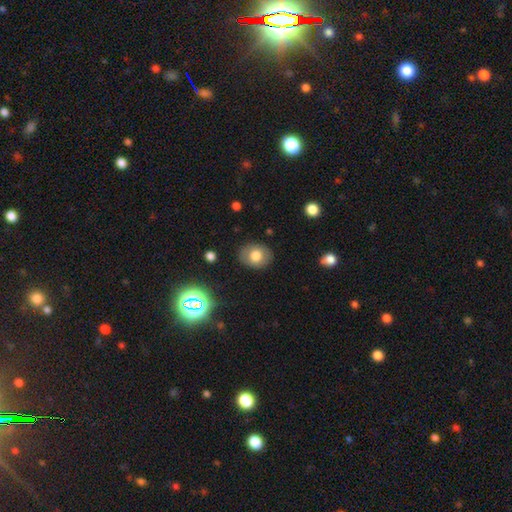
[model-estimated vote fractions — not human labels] Morphology: type=smooth (72%); roundness=round (50%); merging=none (85%).